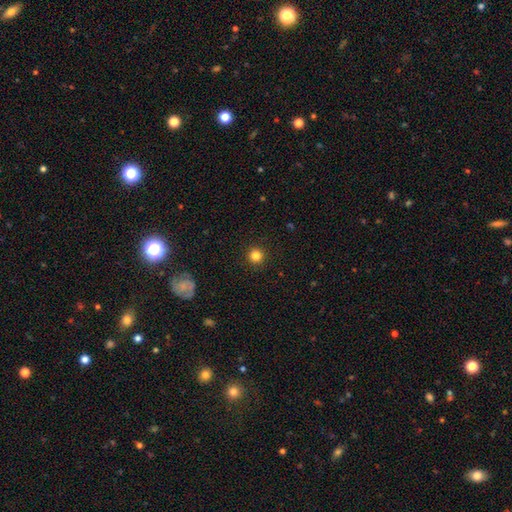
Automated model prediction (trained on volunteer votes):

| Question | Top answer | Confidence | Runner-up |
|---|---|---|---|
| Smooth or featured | smooth | 83% | star or artifact (12%) |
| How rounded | round | 96% | in between (3%) |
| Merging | none | 93% | minor disturbance (4%) |